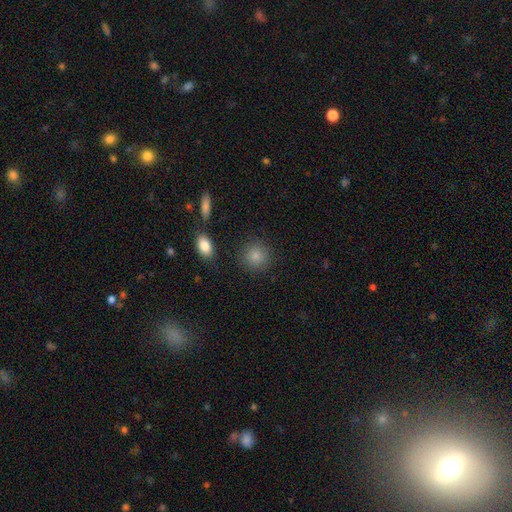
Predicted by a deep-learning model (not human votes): Smooth or featured: smooth — 86% (star or artifact — 9%)
How rounded: round — 88% (in between — 11%)
Merging: none — 87% (minor disturbance — 7%)